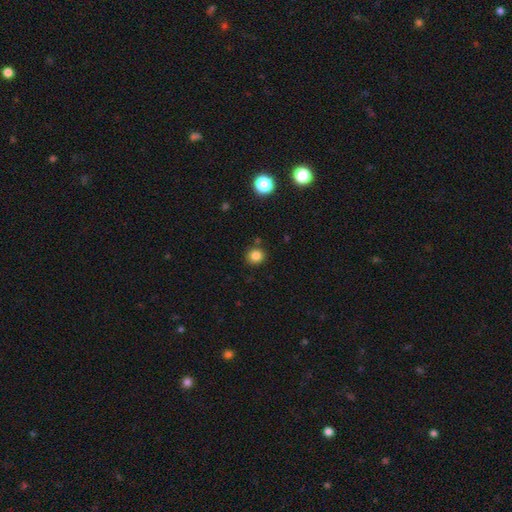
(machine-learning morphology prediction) Smooth or featured? smooth (83%)
How rounded? round (88%)
Merging? none (85%)